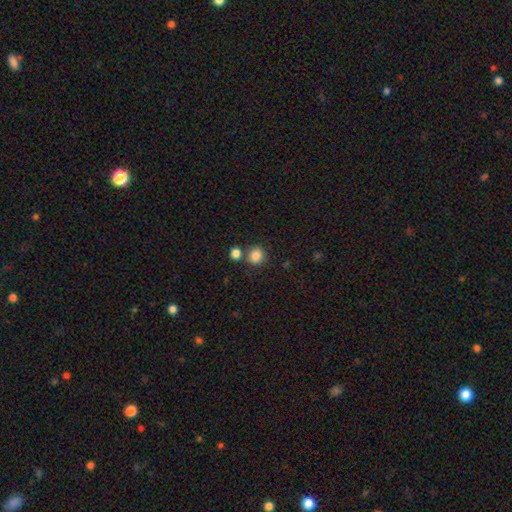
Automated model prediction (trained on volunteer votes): The model was most divided on "merging": none: 71%, merger: 16%, minor disturbance: 9%, major disturbance: 3%. More confident: how rounded — round (87%); smooth or featured — smooth (85%).